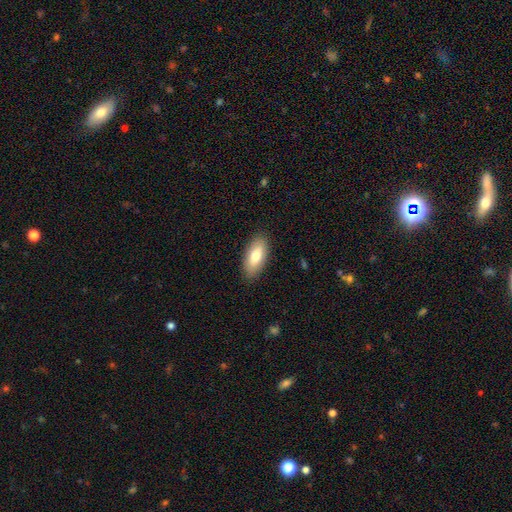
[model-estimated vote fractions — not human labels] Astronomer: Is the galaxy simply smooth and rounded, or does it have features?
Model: smooth — 76%.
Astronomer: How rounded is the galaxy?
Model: in between — 86%.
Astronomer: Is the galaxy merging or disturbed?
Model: none — 88%.